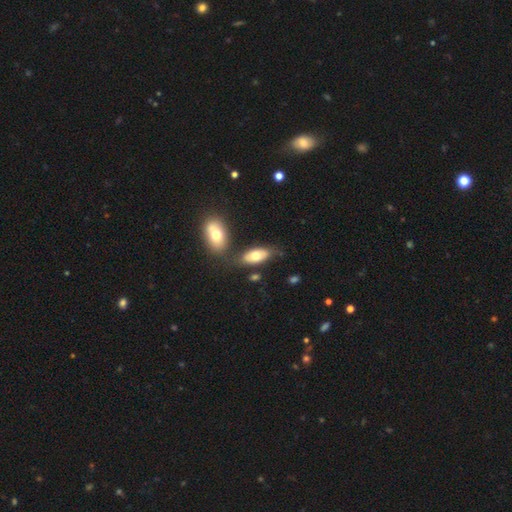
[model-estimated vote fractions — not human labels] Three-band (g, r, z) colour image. It shows a smooth galaxy with no disk features (66%) that is in between round and cigar-shaped (89%). Merging: none (63%).